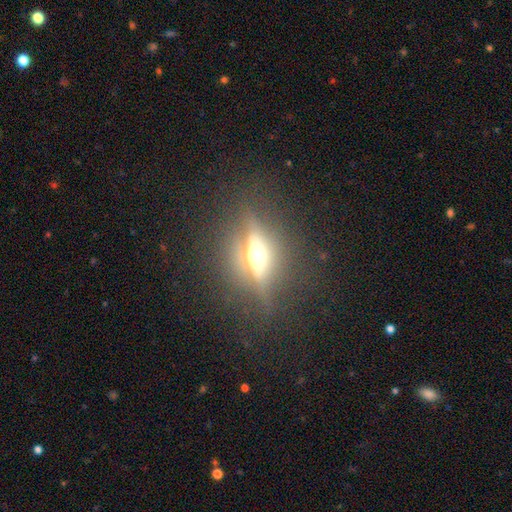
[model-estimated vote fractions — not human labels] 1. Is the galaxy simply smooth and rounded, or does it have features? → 73% featured or disk, 16% smooth, 10% star or artifact.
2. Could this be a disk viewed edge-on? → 90% yes, 10% no.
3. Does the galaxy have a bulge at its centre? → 92% rounded, 6% boxy, 2% none.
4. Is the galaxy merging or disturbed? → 77% none, 13% minor disturbance, 8% major disturbance, 2% merger.